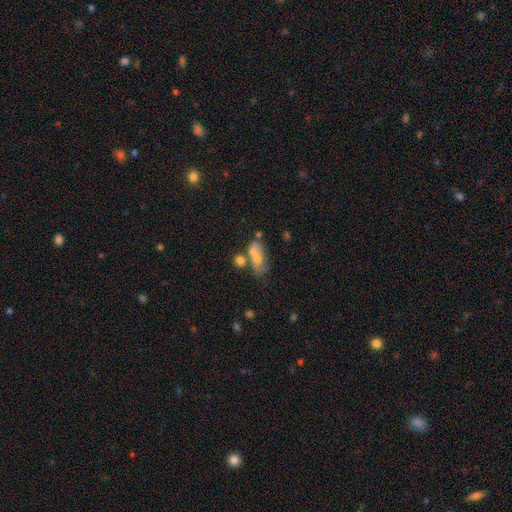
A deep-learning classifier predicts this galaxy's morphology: Smooth or featured?
  - smooth: 56% *
  - featured or disk: 34%
  - star or artifact: 10%
How rounded?
  - in between: 82% *
  - round: 11%
  - cigar-shaped: 7%
Merging?
  - merger: 40% *
  - none: 27%
  - minor disturbance: 17%
  - major disturbance: 16%